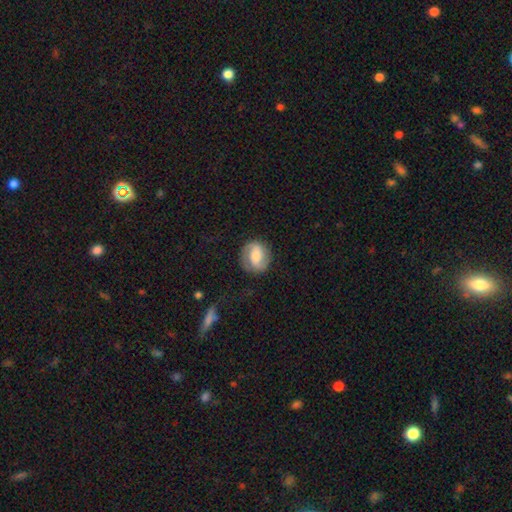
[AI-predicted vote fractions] A featured or disk galaxy (50%). Merging: none (80%).